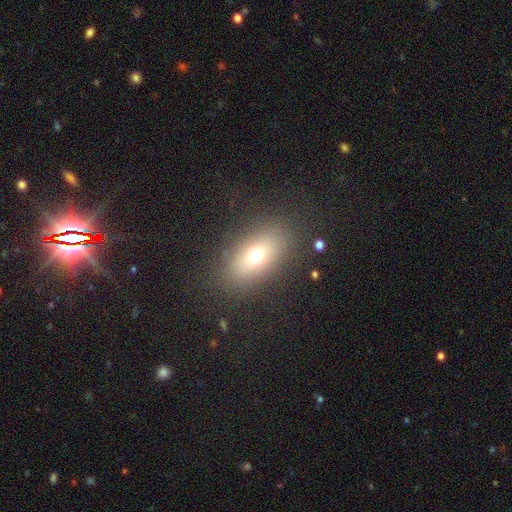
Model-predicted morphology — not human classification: Smooth or featured?
  - smooth: 69% *
  - featured or disk: 19%
  - star or artifact: 12%
How rounded?
  - in between: 83% *
  - round: 11%
  - cigar-shaped: 6%
Merging?
  - none: 84% *
  - minor disturbance: 9%
  - major disturbance: 5%
  - merger: 1%